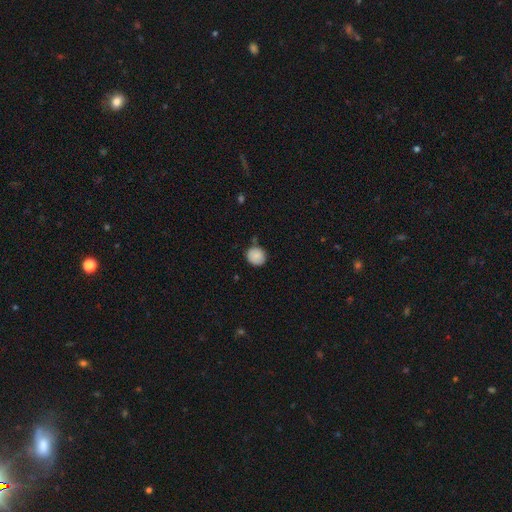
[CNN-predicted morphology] Smooth or featured? Predicted: smooth (p=0.86). How rounded? Predicted: round (p=0.87). Merging? Predicted: none (p=0.79).